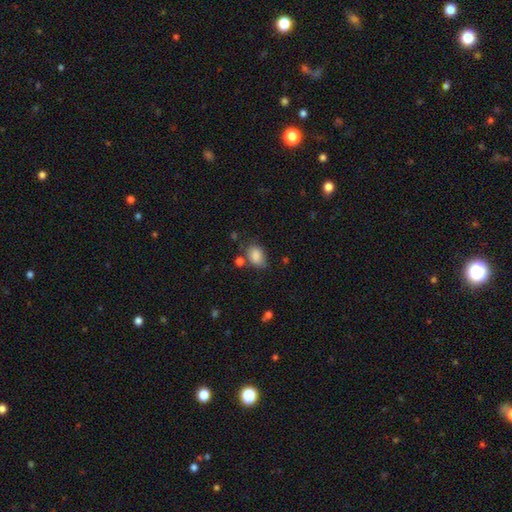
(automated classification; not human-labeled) Overall: smooth (85%). How rounded: in between (80%). Merging: none (67%).